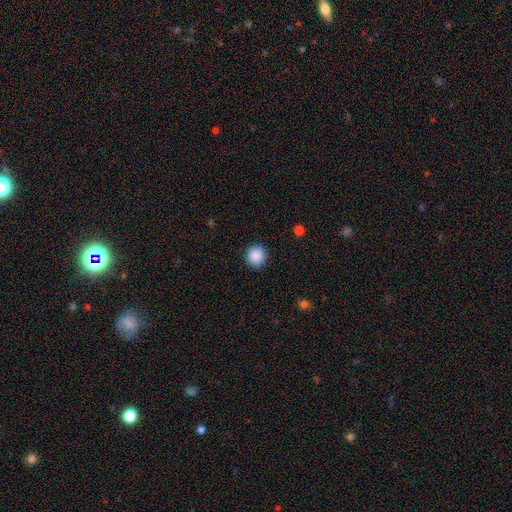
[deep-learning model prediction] This is clearly a smooth galaxy (89%). How rounded: clearly round (90%). Merging: clearly none (90%).